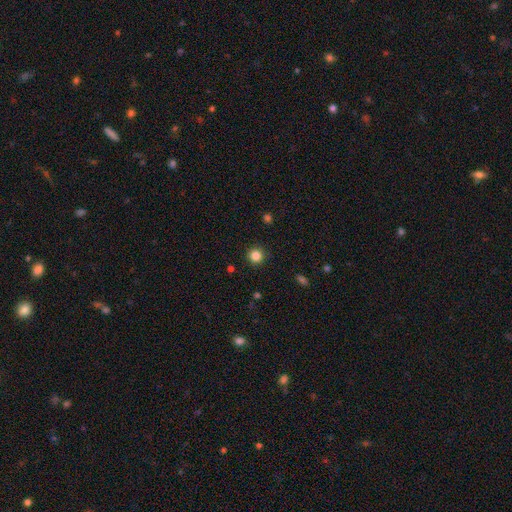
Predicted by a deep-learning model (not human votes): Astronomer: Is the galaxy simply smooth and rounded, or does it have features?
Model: smooth — 84%.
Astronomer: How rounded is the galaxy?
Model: round — 95%.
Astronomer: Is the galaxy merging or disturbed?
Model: none — 91%.